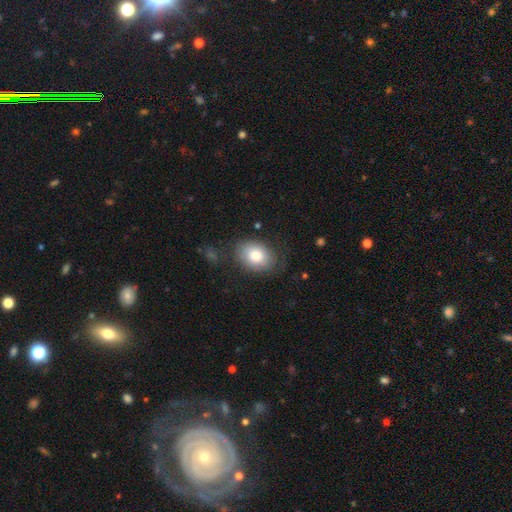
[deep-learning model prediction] Q: Smooth or featured?
A: smooth (75%); runner-up: featured or disk (17%)
Q: How rounded?
A: in between (70%); runner-up: round (29%)
Q: Merging?
A: none (70%); runner-up: minor disturbance (19%)